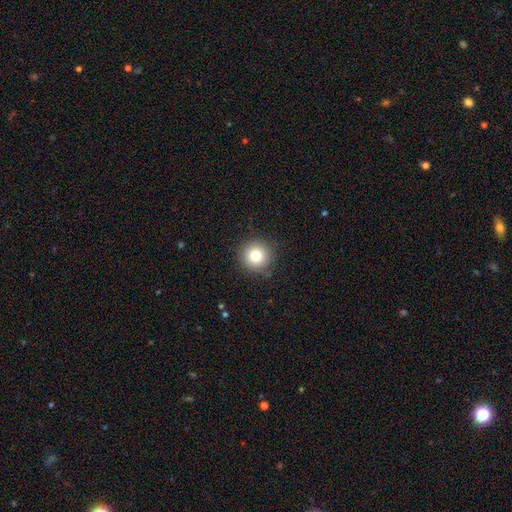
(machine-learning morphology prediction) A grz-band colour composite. It shows a smooth galaxy with no disk features (80%) that is round (95%). Merging: none (89%).